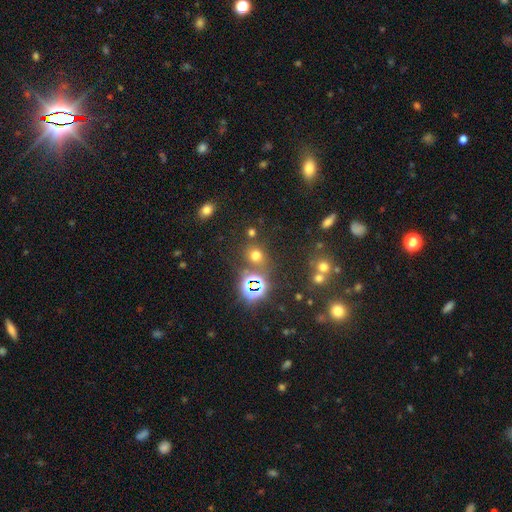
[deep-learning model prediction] Smooth or featured? Predicted: smooth (p=0.58). How rounded? Predicted: round (p=0.82). Merging? Predicted: none (p=0.75).